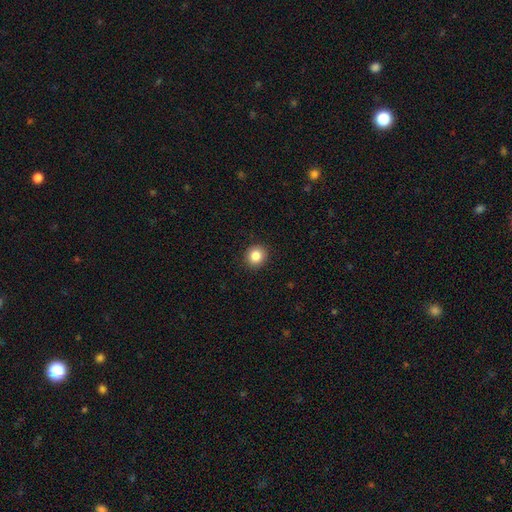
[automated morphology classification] Smooth or featured? smooth (85%)
How rounded? round (87%)
Merging? none (92%)